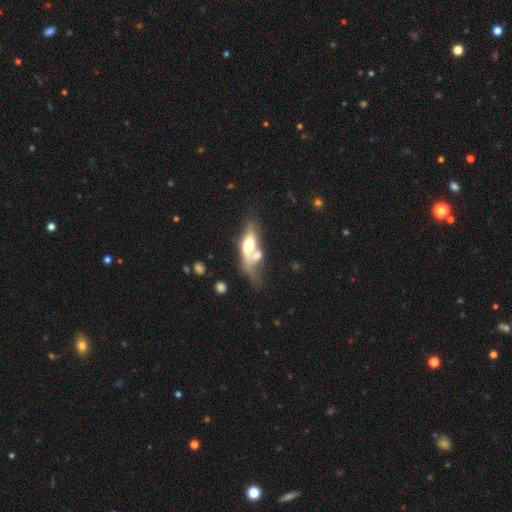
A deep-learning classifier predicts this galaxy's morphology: Smooth or featured? smooth (48%)
Merging? merger (51%)